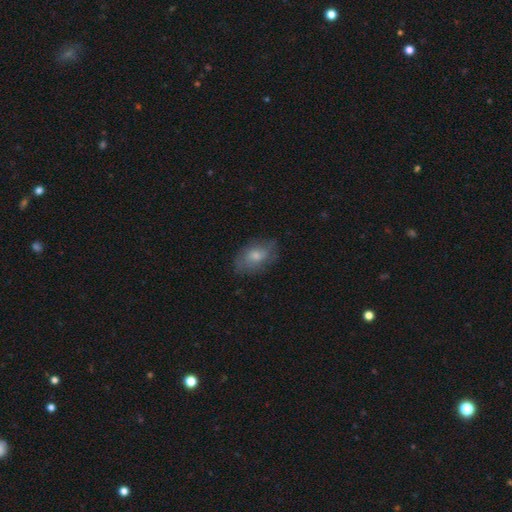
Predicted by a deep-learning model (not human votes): smooth-or-featured: smooth: 64% | featured or disk: 28% | star or artifact: 8%
  how-rounded: in between: 88% | round: 10% | cigar-shaped: 2%
  merging: none: 72% | minor disturbance: 21% | major disturbance: 7% | merger: 1%